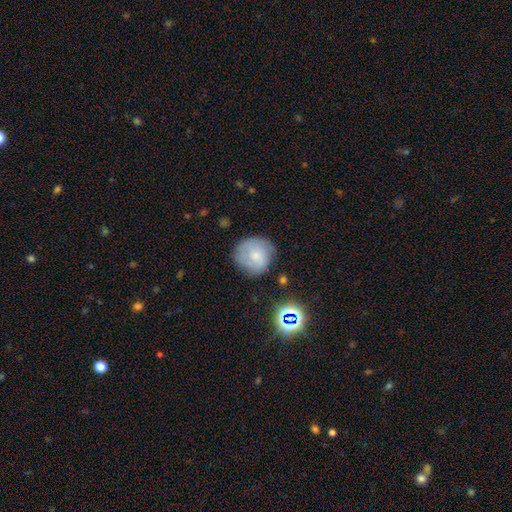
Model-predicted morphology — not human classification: Smooth or featured?
  - smooth: 66% *
  - featured or disk: 24%
  - star or artifact: 10%
How rounded?
  - round: 88% *
  - in between: 11%
  - cigar-shaped: 1%
Merging?
  - none: 69% *
  - minor disturbance: 21%
  - major disturbance: 7%
  - merger: 3%